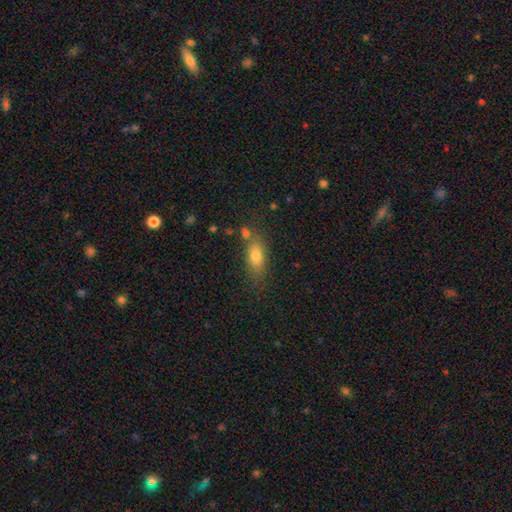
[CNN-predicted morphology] This appears to be a smooth galaxy with no disk features (74%) that is in between round and cigar-shaped (75%). Merging: none (68%).